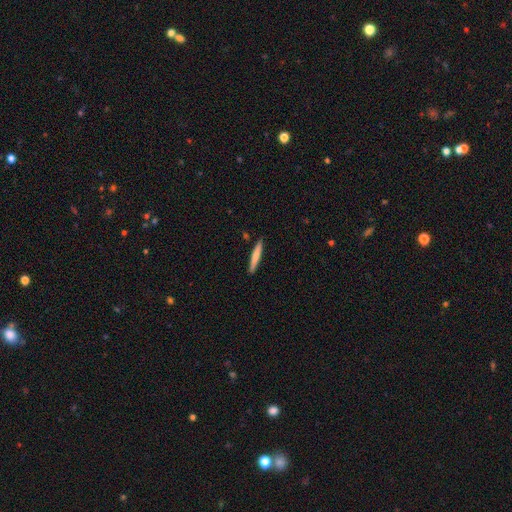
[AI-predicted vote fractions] Smooth or featured? Predicted: smooth (p=0.70). How rounded? Predicted: cigar-shaped (p=0.95). Merging? Predicted: none (p=0.90).